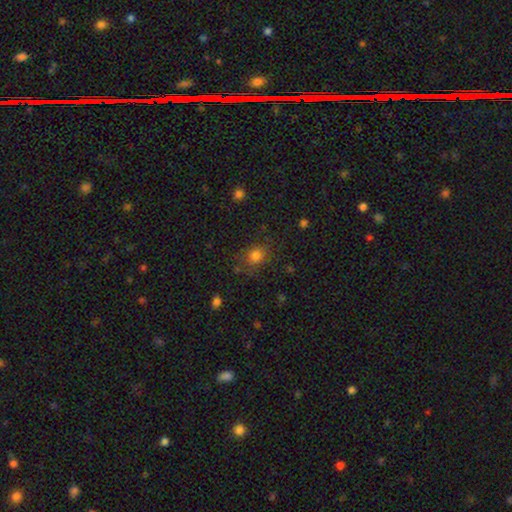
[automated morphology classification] This appears to be a smooth galaxy with no disk features (78%) that is round (64%). Merging: none (73%).